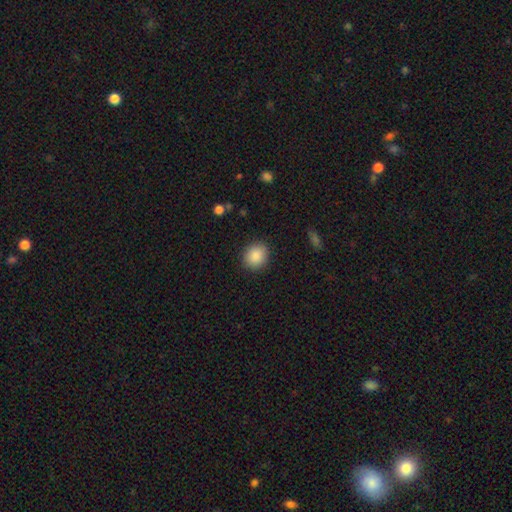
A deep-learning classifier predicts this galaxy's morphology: This appears to be a smooth galaxy with no disk features (88%) that is round (76%). Merging: none (89%).